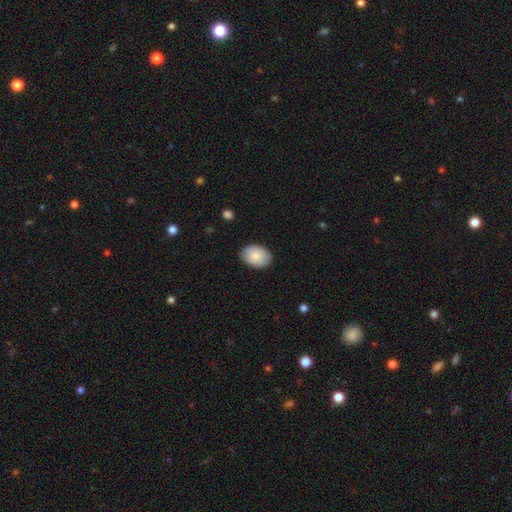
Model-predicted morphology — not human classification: Smooth or featured? Predicted: smooth (p=0.83). How rounded? Predicted: in between (p=0.78). Merging? Predicted: none (p=0.84).